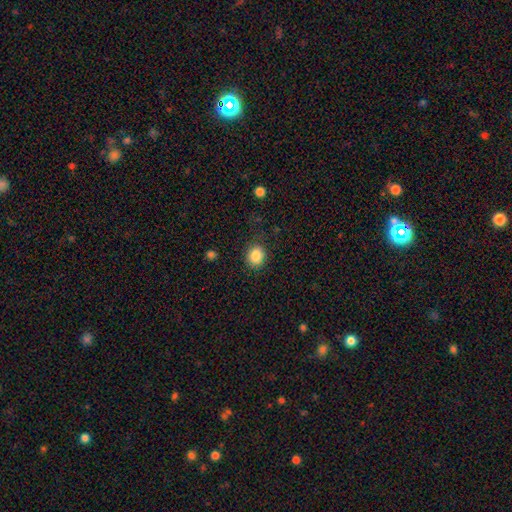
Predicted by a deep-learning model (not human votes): smooth_or_featured: smooth (p=0.85) [alt: star or artifact p=0.10]
how_rounded: round (p=0.73) [alt: in between p=0.27]
merging: none (p=0.85) [alt: minor disturbance p=0.10]